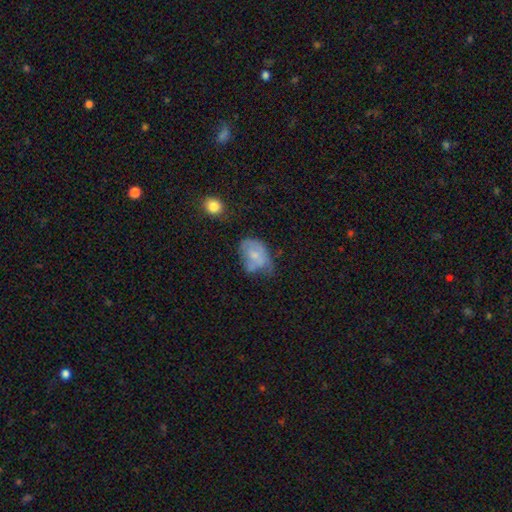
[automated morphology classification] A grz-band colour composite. It shows a smooth galaxy with no disk features (58%) that is in between round and cigar-shaped (72%). Merging: minor disturbance (34%).